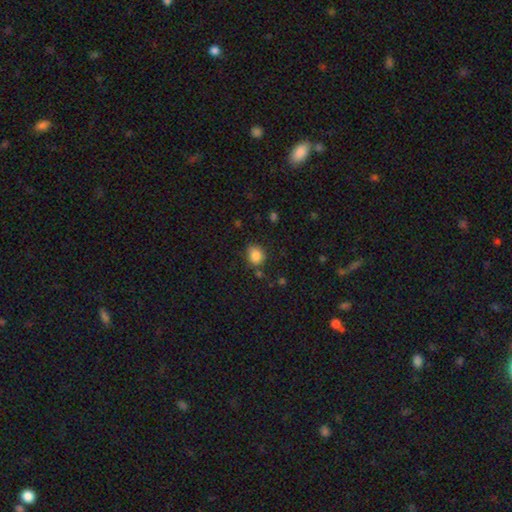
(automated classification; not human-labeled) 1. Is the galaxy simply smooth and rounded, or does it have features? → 85% smooth, 10% star or artifact, 5% featured or disk.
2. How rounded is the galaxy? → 68% round, 31% in between, 1% cigar-shaped.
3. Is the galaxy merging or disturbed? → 71% none, 20% minor disturbance, 5% major disturbance, 5% merger.